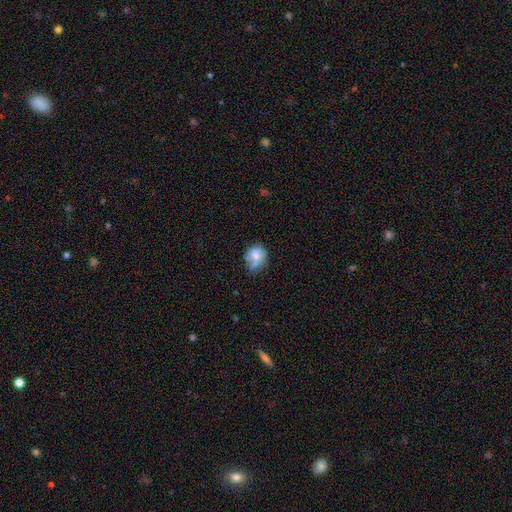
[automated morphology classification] Smooth or featured: smooth — 59% (featured or disk — 32%)
How rounded: round — 57% (in between — 42%)
Merging: none — 40% (minor disturbance — 29%)